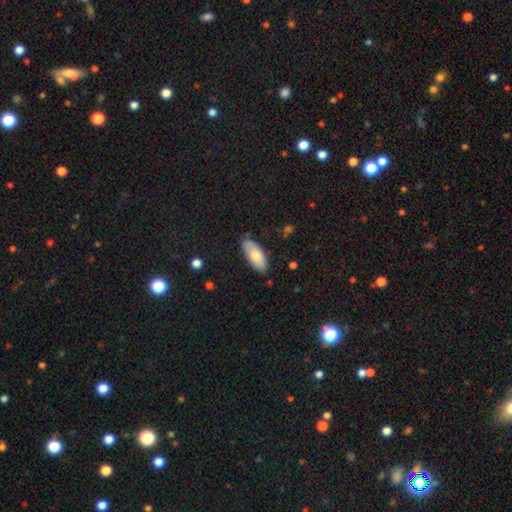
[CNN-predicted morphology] This is likely a smooth galaxy (75%). How rounded: clearly in between (85%). Merging: likely none (80%).